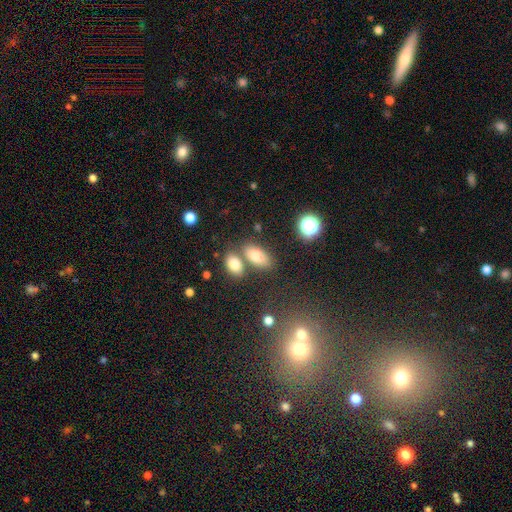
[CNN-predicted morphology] Smooth or featured? Predicted: smooth (p=0.76). How rounded? Predicted: in between (p=0.89). Merging? Predicted: none (p=0.62).